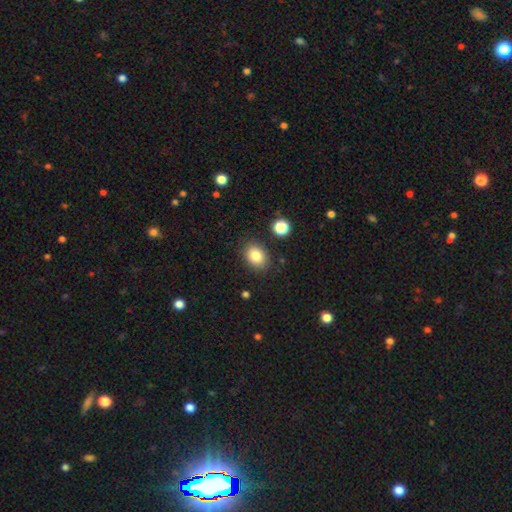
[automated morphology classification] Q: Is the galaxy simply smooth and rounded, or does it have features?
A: smooth — 83%.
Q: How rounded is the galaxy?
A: in between — 65%.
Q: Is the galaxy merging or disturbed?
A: none — 84%.